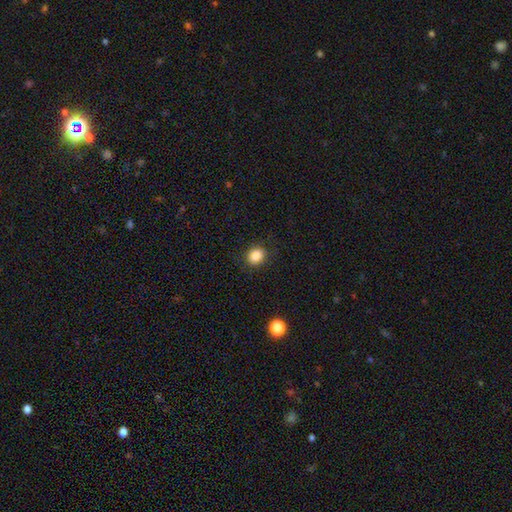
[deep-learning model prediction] smooth 86%, star or artifact 10%, featured or disk 4%. Down the decision tree: how rounded — round (60%); merging — none (88%).